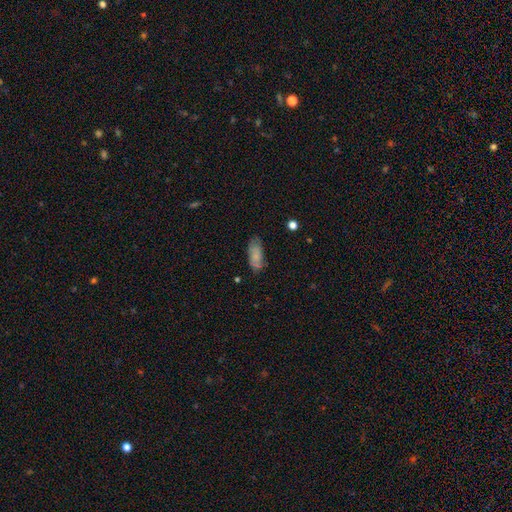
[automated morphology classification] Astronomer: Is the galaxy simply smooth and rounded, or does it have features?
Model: smooth — 72%.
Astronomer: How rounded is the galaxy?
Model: in between — 83%.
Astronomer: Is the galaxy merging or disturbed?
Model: none — 66%.